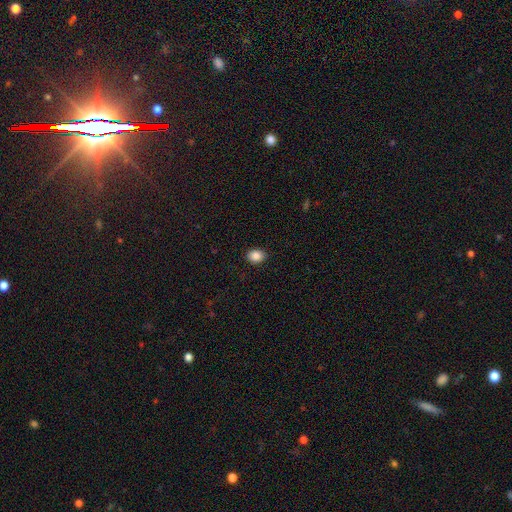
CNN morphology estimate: This is clearly a smooth galaxy (87%). How rounded: likely in between (61%). Merging: clearly none (89%).